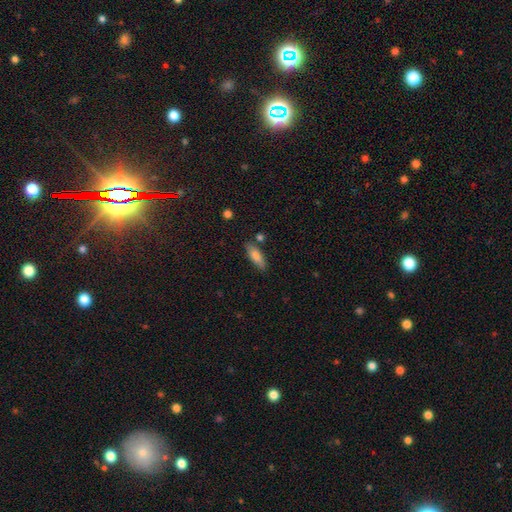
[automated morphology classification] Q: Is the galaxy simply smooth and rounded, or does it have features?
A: smooth — 79%.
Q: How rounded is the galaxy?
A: in between — 59%.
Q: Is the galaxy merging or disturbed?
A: none — 80%.